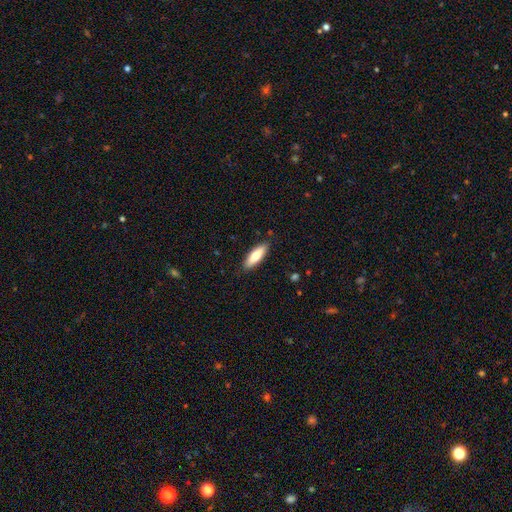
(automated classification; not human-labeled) smooth_or_featured: smooth (p=0.76) [alt: featured or disk p=0.18]
how_rounded: in between (p=0.50) [alt: cigar-shaped p=0.48]
merging: none (p=0.87) [alt: minor disturbance p=0.10]